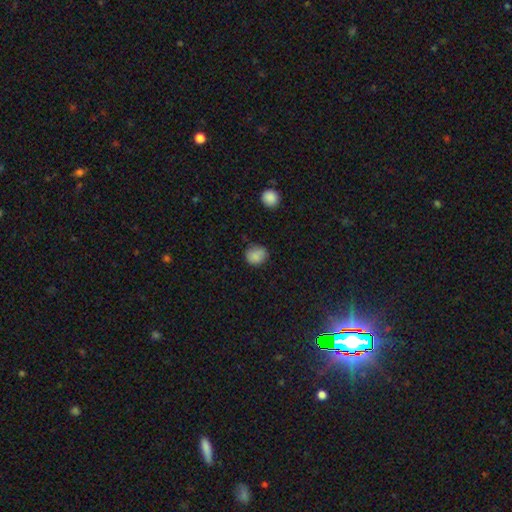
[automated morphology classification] Smooth or featured? Predicted: smooth (p=0.86). How rounded? Predicted: round (p=0.74). Merging? Predicted: none (p=0.74).